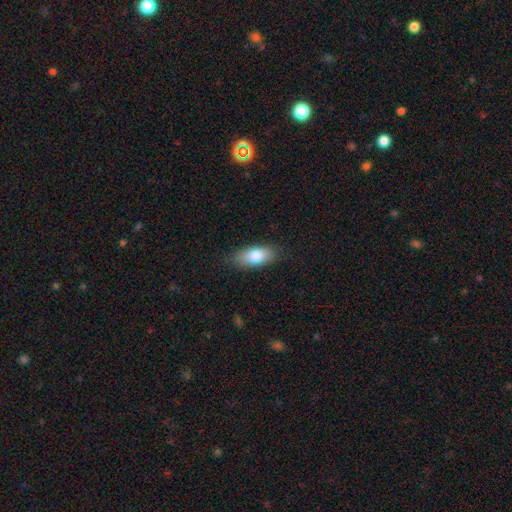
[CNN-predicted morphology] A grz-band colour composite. It shows a smooth galaxy with no disk features (79%) that is in between round and cigar-shaped (85%). Merging: none (83%).